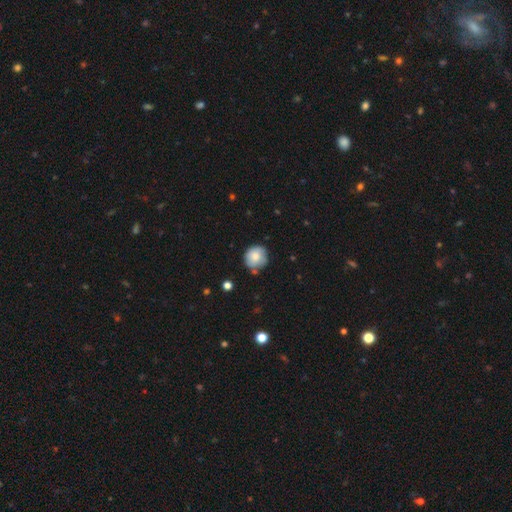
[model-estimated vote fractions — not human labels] This is likely a smooth galaxy (76%). How rounded: clearly round (89%). Merging: likely none (72%).